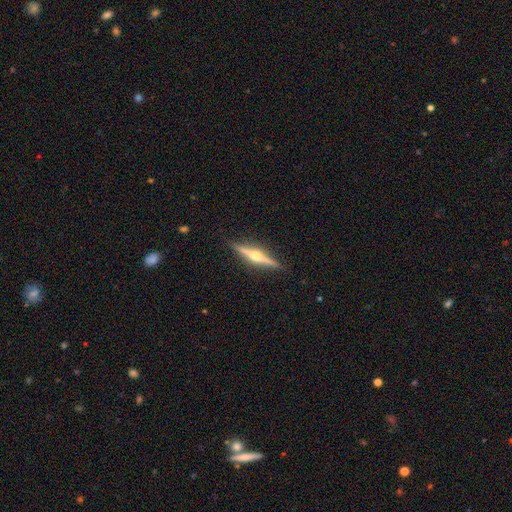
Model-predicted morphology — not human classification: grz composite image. It shows a featured or disk galaxy (81%) viewed edge-on (98%) with a rounded central bulge (95%). Merging: none (91%).